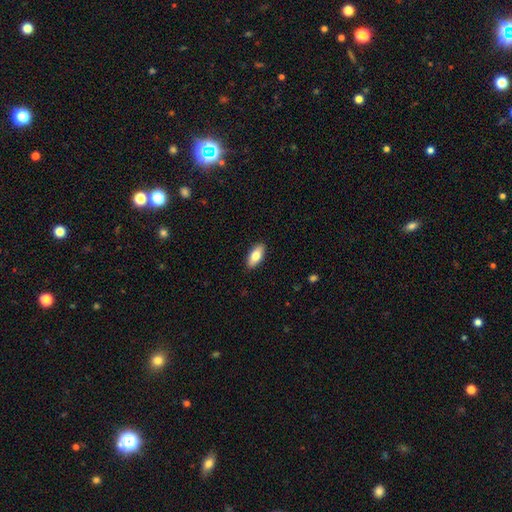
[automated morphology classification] Overall: smooth (77%). How rounded: in between (86%). Merging: none (90%).